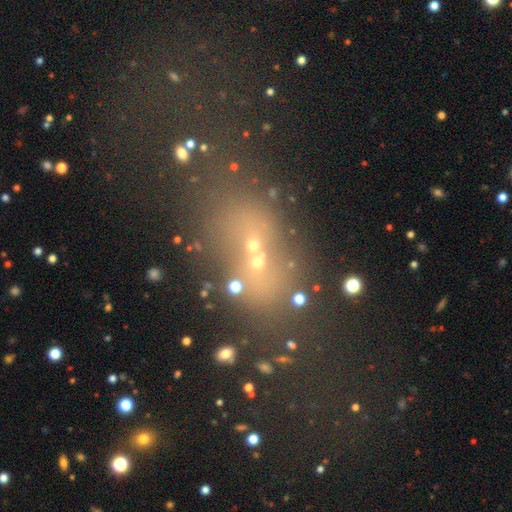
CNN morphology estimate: A star or artifact, not a galaxy (39%).

Vote fractions:
- Smooth or featured? star or artifact: 39% / smooth: 35% / featured or disk: 26%